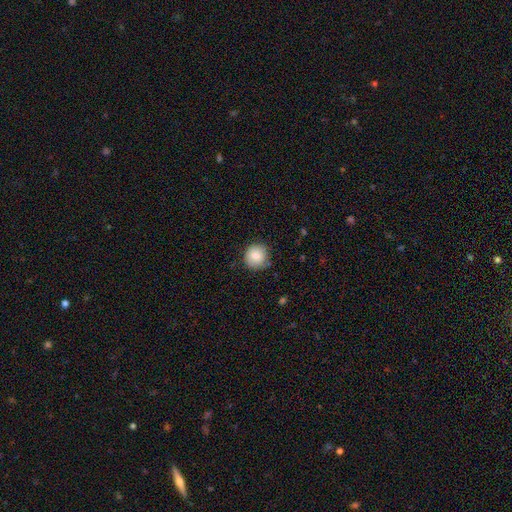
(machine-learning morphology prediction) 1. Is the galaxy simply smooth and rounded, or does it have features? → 83% smooth, 9% star or artifact, 8% featured or disk.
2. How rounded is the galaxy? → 92% round, 7% in between, 1% cigar-shaped.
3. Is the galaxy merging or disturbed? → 84% none, 12% minor disturbance, 2% major disturbance, 1% merger.